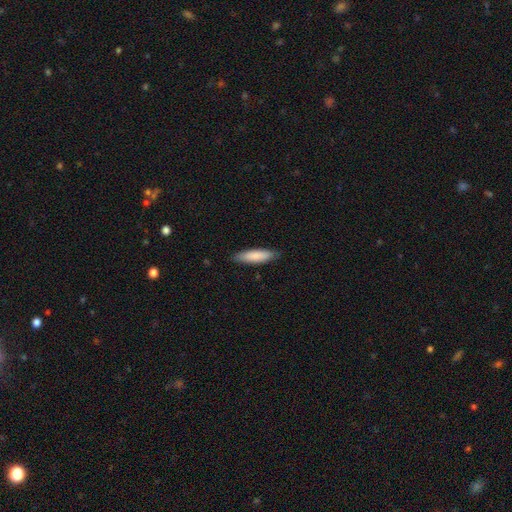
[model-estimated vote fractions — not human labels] smooth_or_featured: smooth (p=0.84) [alt: featured or disk p=0.10]
how_rounded: cigar-shaped (p=0.64) [alt: in between p=0.34]
merging: none (p=0.87) [alt: minor disturbance p=0.11]